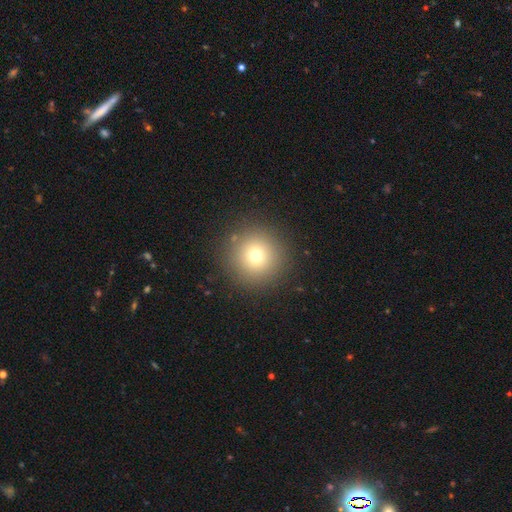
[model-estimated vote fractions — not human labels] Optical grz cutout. It shows a smooth galaxy with no disk features (73%) that is round (96%). Merging: none (90%).